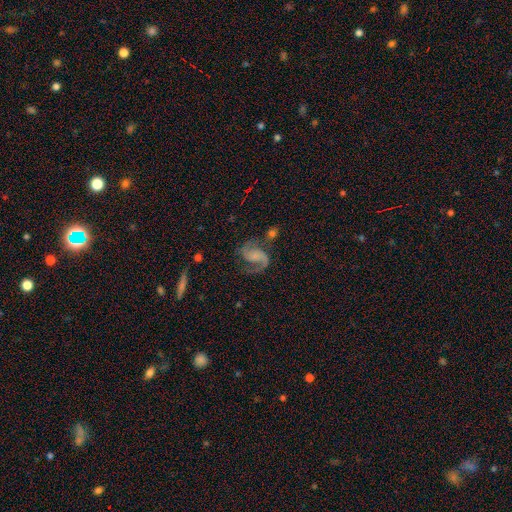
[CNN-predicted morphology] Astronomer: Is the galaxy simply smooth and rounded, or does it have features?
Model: featured or disk — 87%.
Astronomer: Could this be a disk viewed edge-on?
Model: no — 98%.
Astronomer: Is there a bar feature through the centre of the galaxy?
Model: no — 53% (runner-up: weak, 36%).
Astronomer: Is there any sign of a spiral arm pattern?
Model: yes — 97%.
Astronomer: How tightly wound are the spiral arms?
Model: medium — 50% (runner-up: loose, 38%).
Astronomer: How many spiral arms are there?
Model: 2 — 86%.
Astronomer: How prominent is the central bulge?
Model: none — 42% (runner-up: small, 34%).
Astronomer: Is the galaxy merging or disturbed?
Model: none — 62%.